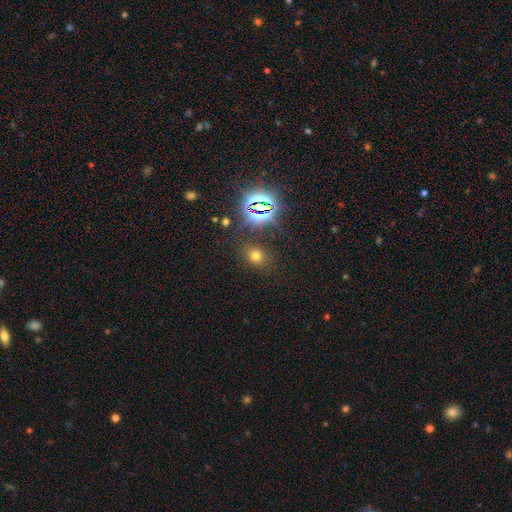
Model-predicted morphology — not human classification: A smooth galaxy with no disk features (61%) that is round (62%). Merging: none (82%).